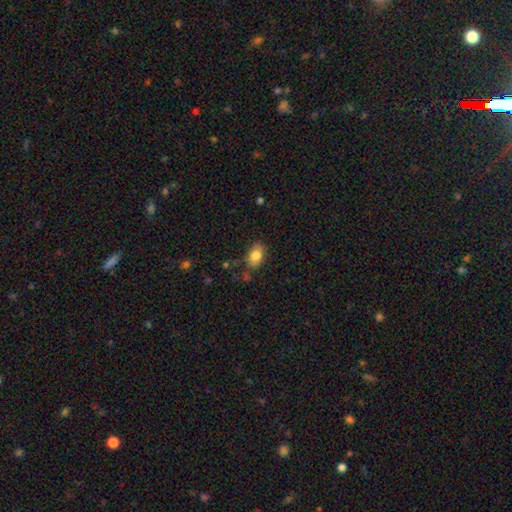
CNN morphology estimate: Smooth or featured? smooth (82%)
How rounded? in between (84%)
Merging? none (75%)